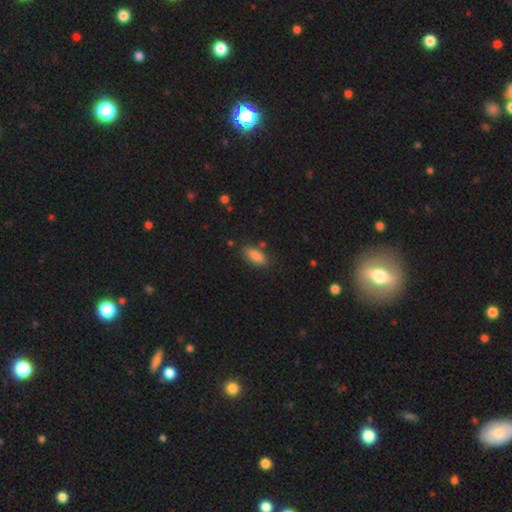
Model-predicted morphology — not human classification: Q: Smooth or featured?
A: smooth (84%); runner-up: featured or disk (8%)
Q: How rounded?
A: in between (78%); runner-up: cigar-shaped (19%)
Q: Merging?
A: none (80%); runner-up: minor disturbance (14%)